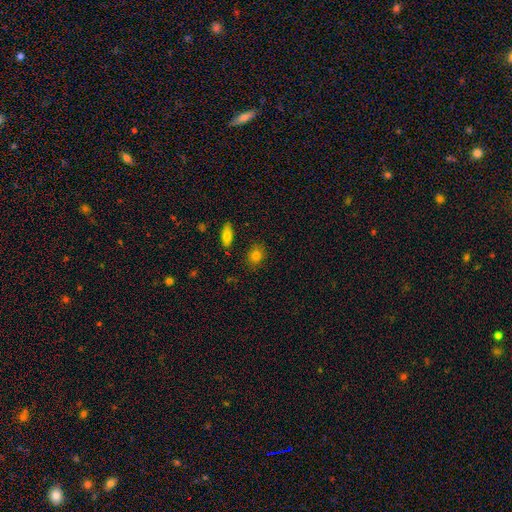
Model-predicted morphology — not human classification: Smooth or featured: smooth — 80% (star or artifact — 12%)
How rounded: round — 55% (in between — 43%)
Merging: none — 83% (minor disturbance — 11%)